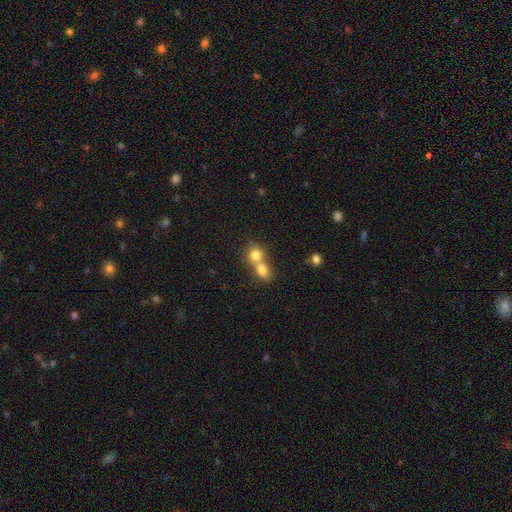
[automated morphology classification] Smooth or featured: smooth — 77% (featured or disk — 13%)
How rounded: round — 68% (in between — 31%)
Merging: merger — 66% (none — 25%)